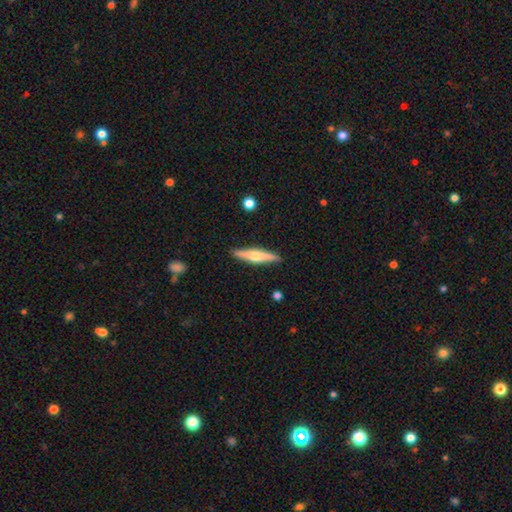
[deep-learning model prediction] featured or disk 57%, smooth 37%, star or artifact 5%. Down the decision tree: edge-on disk — yes (96%); edge-on bulge — rounded (88%); merging — none (89%).